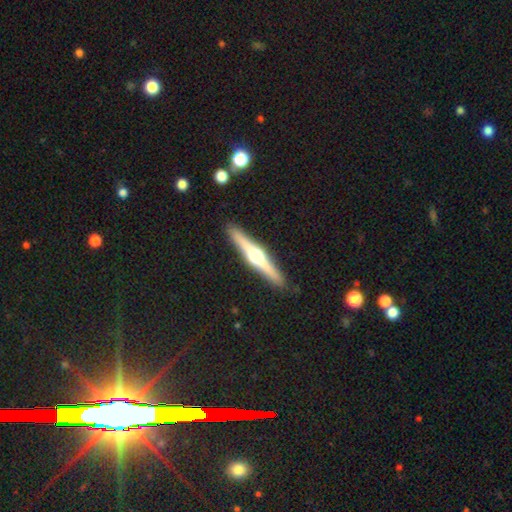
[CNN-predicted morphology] Smooth or featured?
  - featured or disk: 73% *
  - smooth: 22%
  - star or artifact: 5%
Edge-on disk?
  - yes: 98% *
  - no: 2%
Edge-on bulge?
  - rounded: 95% *
  - boxy: 3%
  - none: 2%
Merging?
  - none: 91% *
  - minor disturbance: 6%
  - major disturbance: 1%
  - merger: 1%